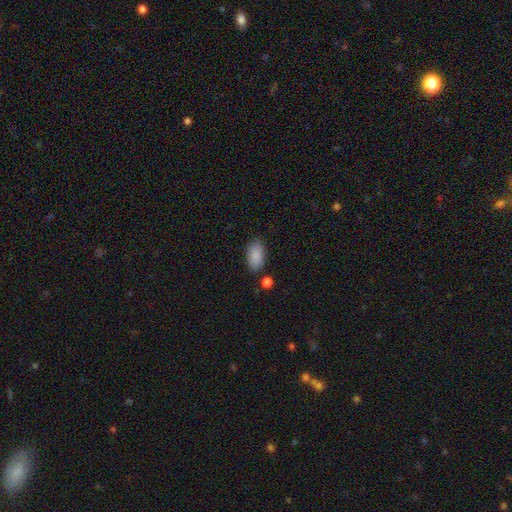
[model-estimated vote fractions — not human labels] A smooth galaxy with no disk features (88%) that is in between round and cigar-shaped (93%).

Vote fractions:
- Smooth or featured? smooth: 88% / star or artifact: 7% / featured or disk: 5%
- How rounded? in between: 93% / round: 4% / cigar-shaped: 3%
- Merging? none: 79% / minor disturbance: 13% / merger: 5% / major disturbance: 3%